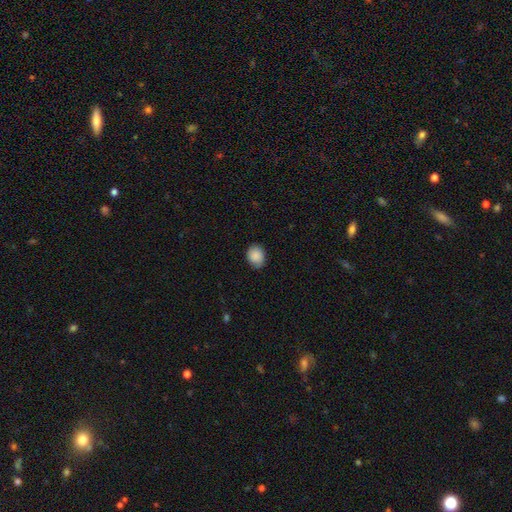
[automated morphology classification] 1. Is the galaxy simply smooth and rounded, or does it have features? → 87% smooth, 8% star or artifact, 5% featured or disk.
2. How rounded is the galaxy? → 54% round, 45% in between, 1% cigar-shaped.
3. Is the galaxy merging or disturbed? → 79% none, 17% minor disturbance, 3% major disturbance, 1% merger.